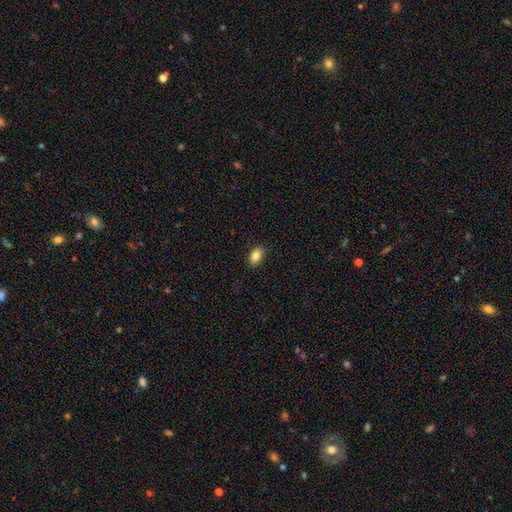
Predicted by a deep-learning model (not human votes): This appears to be a smooth galaxy with no disk features (85%) that is in between round and cigar-shaped (87%). Merging: none (88%).